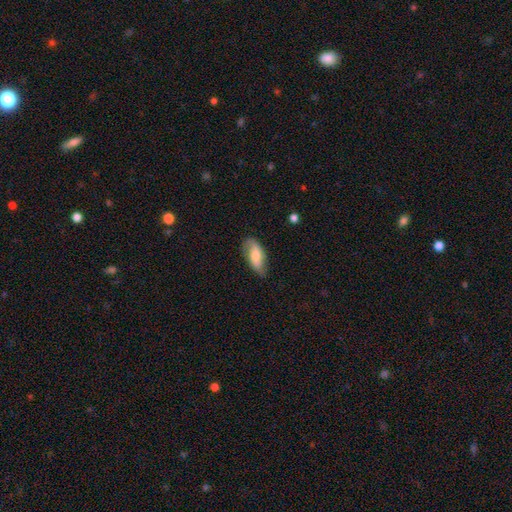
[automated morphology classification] Overall: smooth (58%; featured or disk 36%). How rounded: in between (84%). Merging: none (68%).